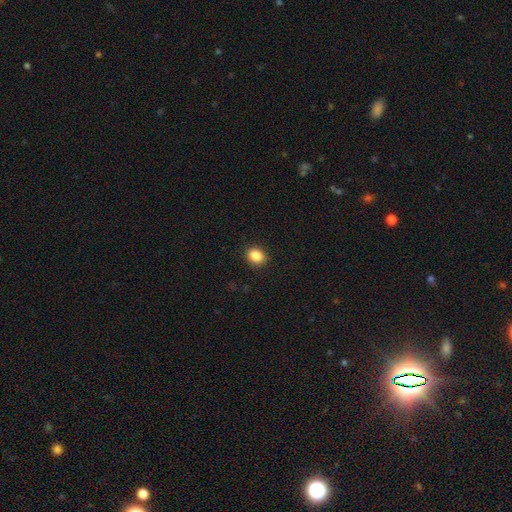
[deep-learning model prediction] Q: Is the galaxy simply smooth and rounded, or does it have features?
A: smooth — 87%.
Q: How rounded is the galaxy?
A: in between — 51%.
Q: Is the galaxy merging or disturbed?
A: none — 90%.